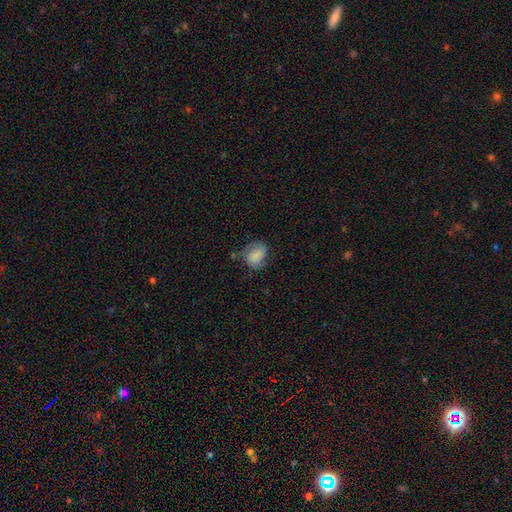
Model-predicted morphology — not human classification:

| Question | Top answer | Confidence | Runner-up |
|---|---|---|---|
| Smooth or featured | smooth | 73% | featured or disk (18%) |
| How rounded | in between | 65% | round (34%) |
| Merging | none | 51% | minor disturbance (31%) |